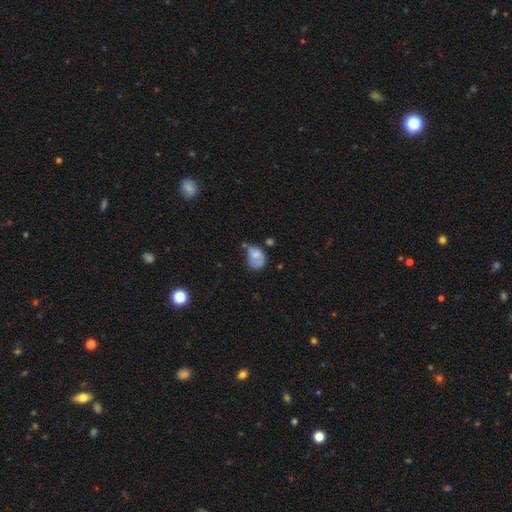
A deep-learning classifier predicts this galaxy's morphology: A smooth galaxy with no disk features (68%) that is in between round and cigar-shaped (70%). Merging: minor disturbance (35%).